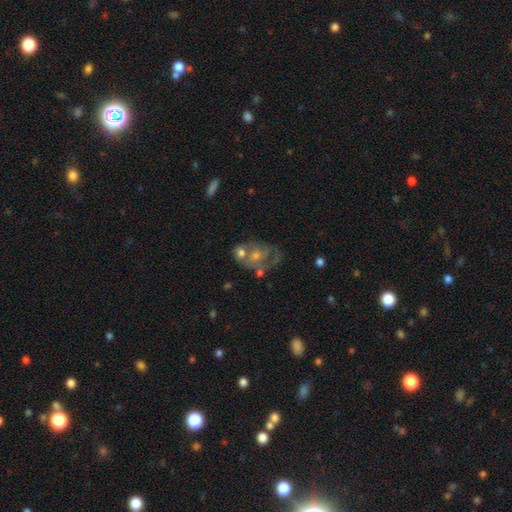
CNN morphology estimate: A featured or disk galaxy (62%) with no bar (78%), spiral arms (50%, tied with no) and a small central bulge (48%). Merging: none (36%).